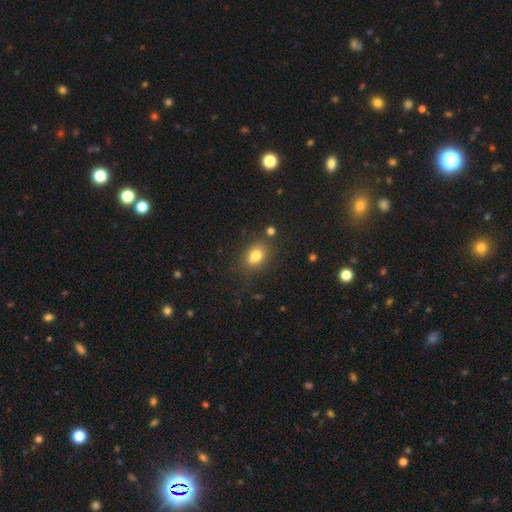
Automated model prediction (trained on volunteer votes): A smooth galaxy with no disk features (78%) that is in between round and cigar-shaped (68%). Merging: none (71%).